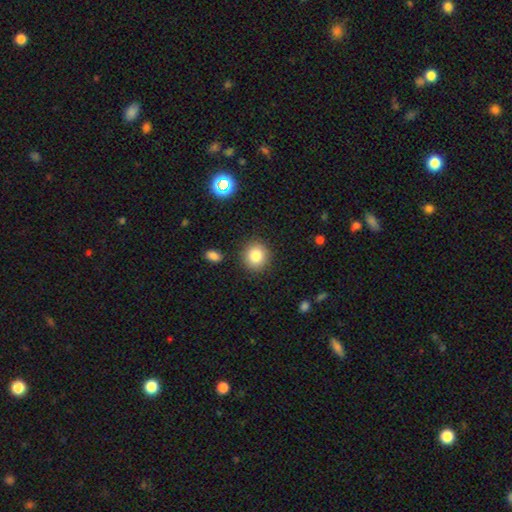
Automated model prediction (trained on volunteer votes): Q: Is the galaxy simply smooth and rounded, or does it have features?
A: smooth — 82%.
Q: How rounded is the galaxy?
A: round — 86%.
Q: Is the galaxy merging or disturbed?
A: none — 88%.